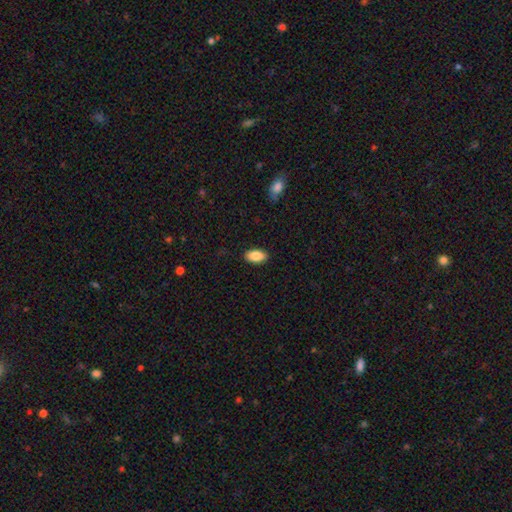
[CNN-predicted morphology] Smooth or featured: smooth — 87% (star or artifact — 7%)
How rounded: in between — 94% (round — 4%)
Merging: none — 88% (minor disturbance — 9%)